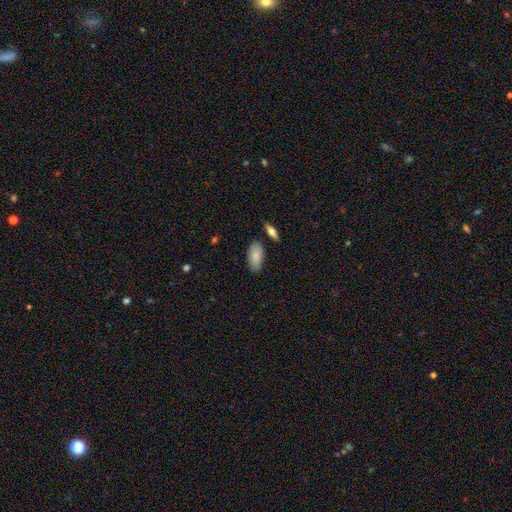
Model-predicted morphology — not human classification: Smooth or featured: smooth — 84% (featured or disk — 10%)
How rounded: in between — 92% (cigar-shaped — 5%)
Merging: none — 78% (minor disturbance — 16%)